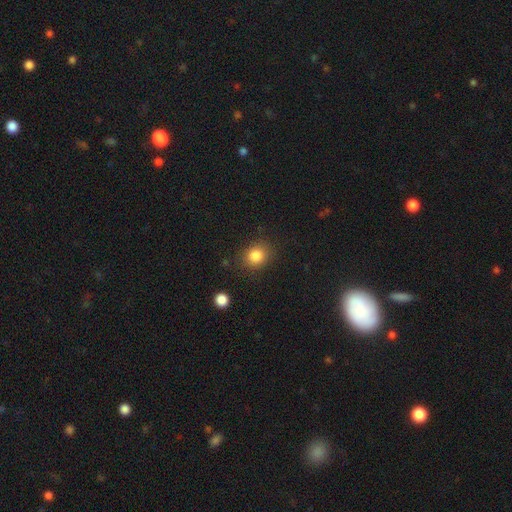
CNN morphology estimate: Smooth or featured?
  - smooth: 84% *
  - star or artifact: 11%
  - featured or disk: 5%
How rounded?
  - round: 66% *
  - in between: 33%
  - cigar-shaped: 1%
Merging?
  - none: 83% *
  - minor disturbance: 11%
  - major disturbance: 4%
  - merger: 2%